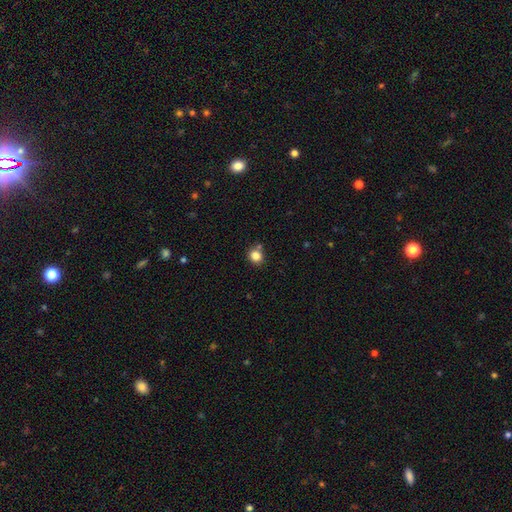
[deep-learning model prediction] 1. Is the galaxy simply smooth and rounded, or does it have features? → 83% smooth, 12% star or artifact, 5% featured or disk.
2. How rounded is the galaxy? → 81% round, 18% in between, 1% cigar-shaped.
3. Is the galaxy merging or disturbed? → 74% none, 12% merger, 11% minor disturbance, 3% major disturbance.